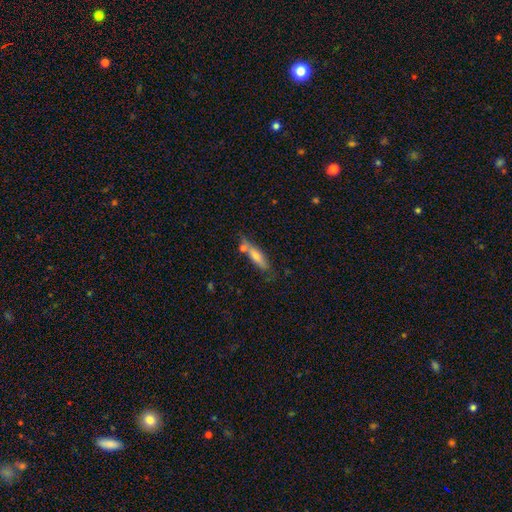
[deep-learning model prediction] Smooth or featured? Predicted: smooth (p=0.51). How rounded? Predicted: cigar-shaped (p=0.74). Merging? Predicted: none (p=0.63).